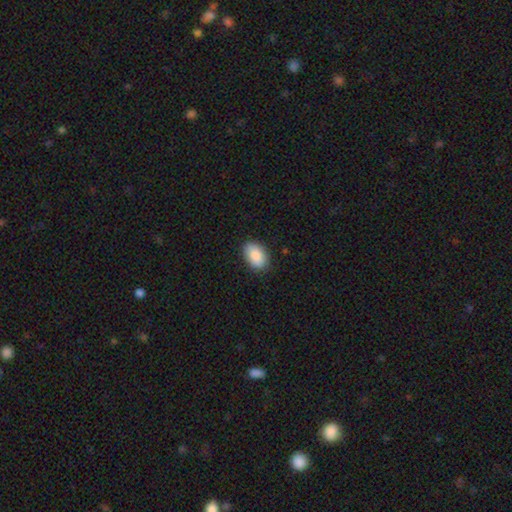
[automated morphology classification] smooth_or_featured: smooth (p=0.90) [alt: star or artifact p=0.06]
how_rounded: in between (p=0.92) [alt: round p=0.07]
merging: none (p=0.87) [alt: minor disturbance p=0.10]